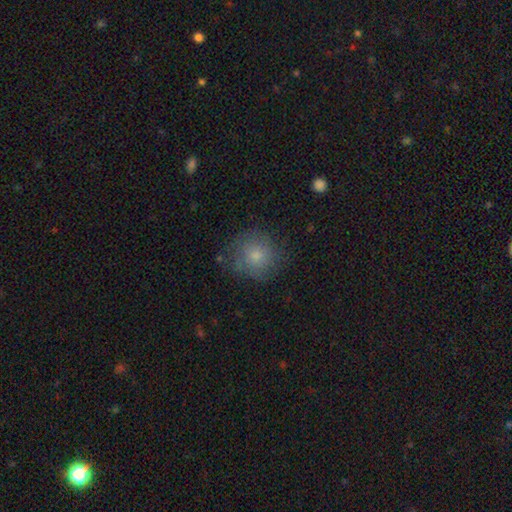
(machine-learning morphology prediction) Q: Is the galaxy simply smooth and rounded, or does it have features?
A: smooth — 73%.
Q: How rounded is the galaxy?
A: round — 90%.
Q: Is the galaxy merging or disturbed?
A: none — 77%.